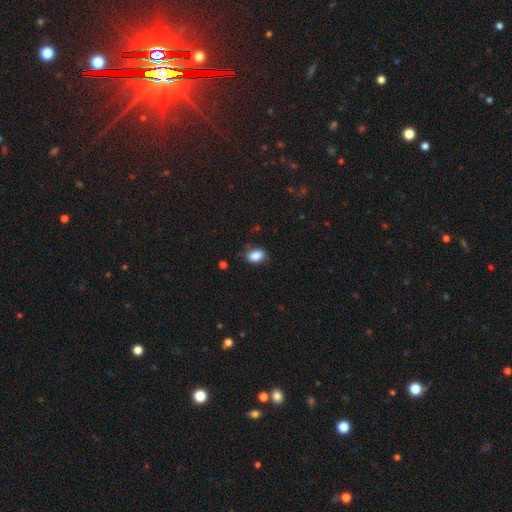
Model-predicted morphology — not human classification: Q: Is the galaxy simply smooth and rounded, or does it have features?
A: smooth — 87%.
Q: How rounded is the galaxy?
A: in between — 80%.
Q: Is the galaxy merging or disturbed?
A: none — 79%.